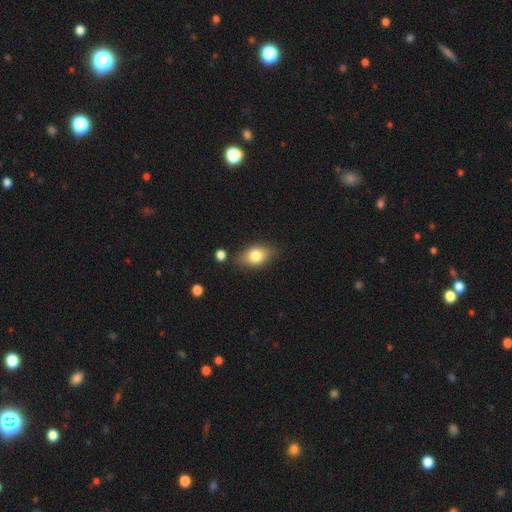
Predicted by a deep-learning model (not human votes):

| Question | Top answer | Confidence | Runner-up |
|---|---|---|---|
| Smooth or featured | smooth | 76% | featured or disk (16%) |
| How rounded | in between | 82% | round (14%) |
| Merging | none | 79% | minor disturbance (14%) |